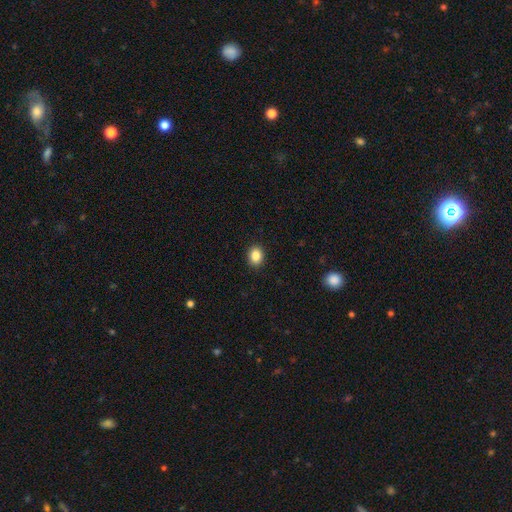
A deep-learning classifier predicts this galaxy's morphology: This appears to be a smooth galaxy with no disk features (86%) that is round (53%). Merging: none (91%).